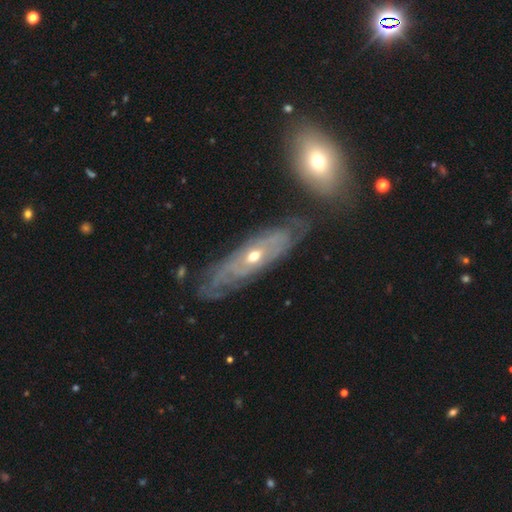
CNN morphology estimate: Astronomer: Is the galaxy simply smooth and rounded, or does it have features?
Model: featured or disk — 77%.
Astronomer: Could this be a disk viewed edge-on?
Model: no — 75%.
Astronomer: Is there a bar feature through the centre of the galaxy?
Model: no — 82%.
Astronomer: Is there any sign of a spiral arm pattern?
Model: yes — 72%.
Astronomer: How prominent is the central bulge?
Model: small — 53% (runner-up: moderate, 44%).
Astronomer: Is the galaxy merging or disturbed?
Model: none — 73%.